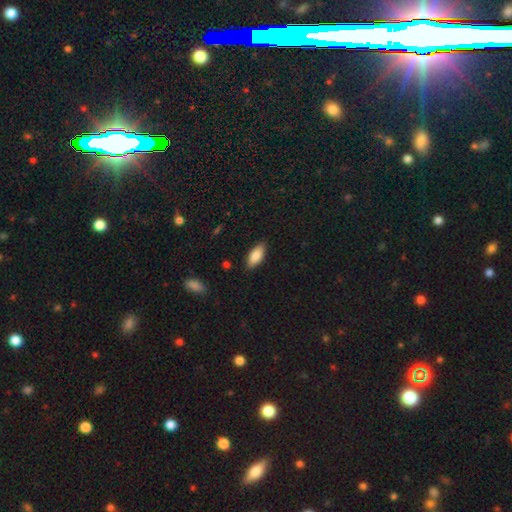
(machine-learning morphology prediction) A smooth galaxy with no disk features (85%) that is in between round and cigar-shaped (81%).

Vote fractions:
- Smooth or featured? smooth: 85% / featured or disk: 9% / star or artifact: 6%
- How rounded? in between: 81% / cigar-shaped: 17% / round: 2%
- Merging? none: 86% / minor disturbance: 11% / major disturbance: 2% / merger: 1%